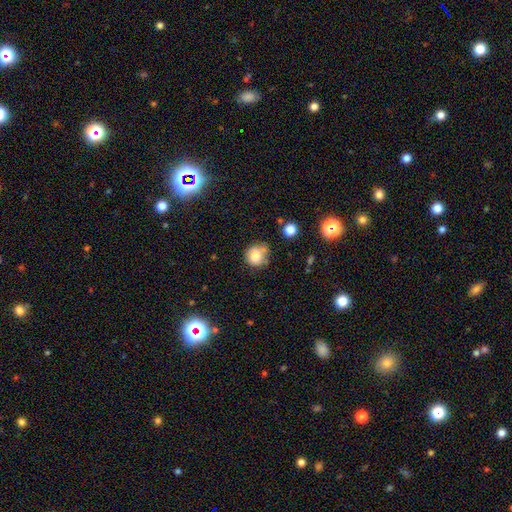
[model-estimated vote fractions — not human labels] This appears to be a smooth galaxy with no disk features (78%) that is round (86%). Merging: none (57%).